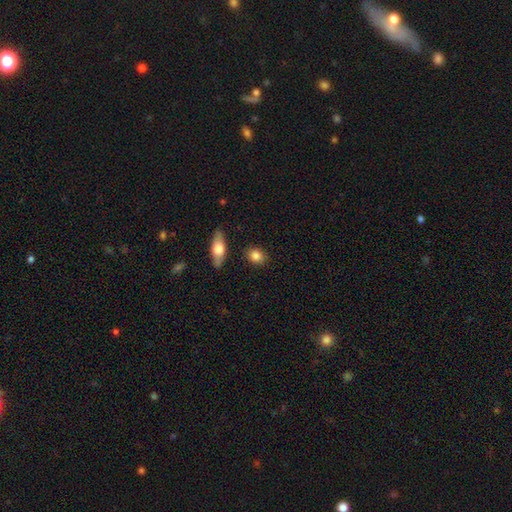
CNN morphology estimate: Smooth or featured: smooth — 83% (featured or disk — 10%)
How rounded: round — 50% (in between — 46%)
Merging: none — 86% (minor disturbance — 9%)